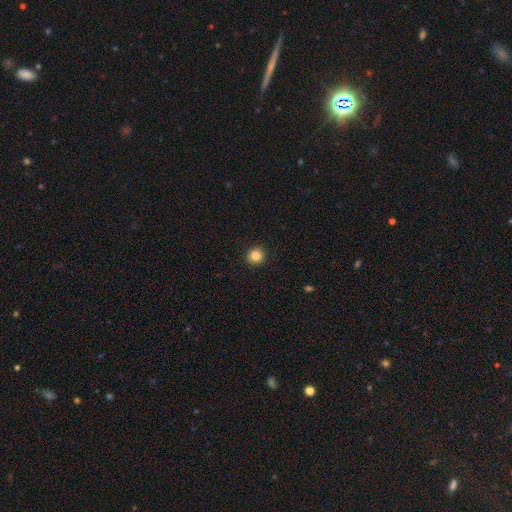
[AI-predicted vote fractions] Overall: smooth (85%). How rounded: round (93%). Merging: none (93%).